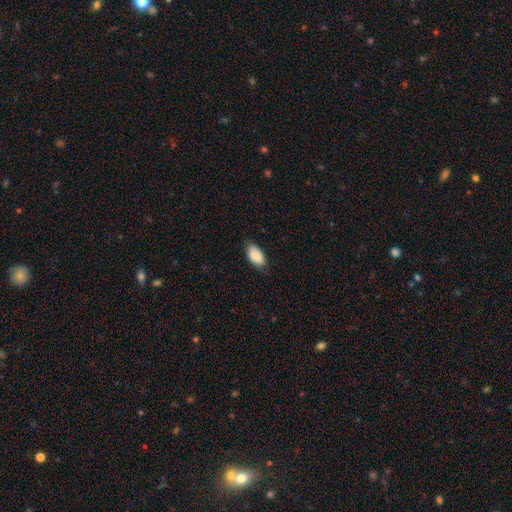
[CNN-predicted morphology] Overall: smooth (88%). How rounded: in between (94%). Merging: none (78%).